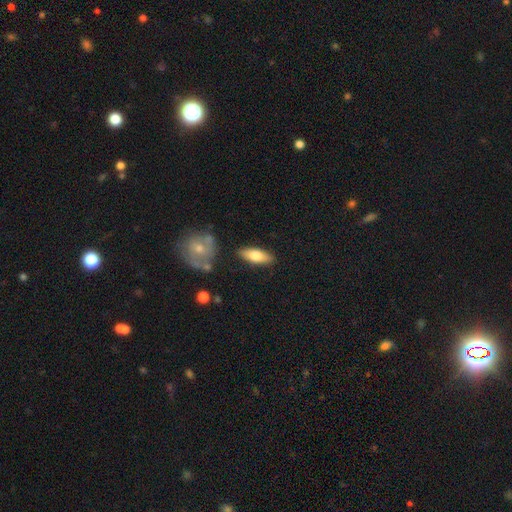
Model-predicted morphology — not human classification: This appears to be a smooth galaxy with no disk features (69%) that is in between round and cigar-shaped (64%). Merging: none (85%).